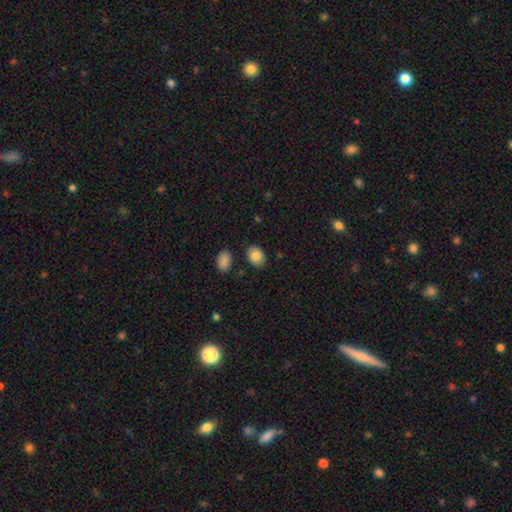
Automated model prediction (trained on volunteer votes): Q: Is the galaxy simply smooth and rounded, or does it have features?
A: smooth — 85%.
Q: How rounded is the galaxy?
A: in between — 78%.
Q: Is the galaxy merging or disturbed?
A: none — 84%.